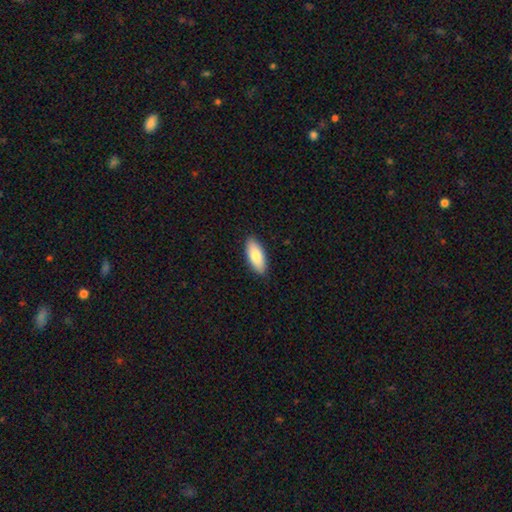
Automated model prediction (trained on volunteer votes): A smooth galaxy with no disk features (82%) that is in between round and cigar-shaped (83%).

Vote fractions:
- Smooth or featured? smooth: 82% / featured or disk: 12% / star or artifact: 6%
- How rounded? in between: 83% / cigar-shaped: 15% / round: 2%
- Merging? none: 89% / minor disturbance: 9% / major disturbance: 2% / merger: 1%